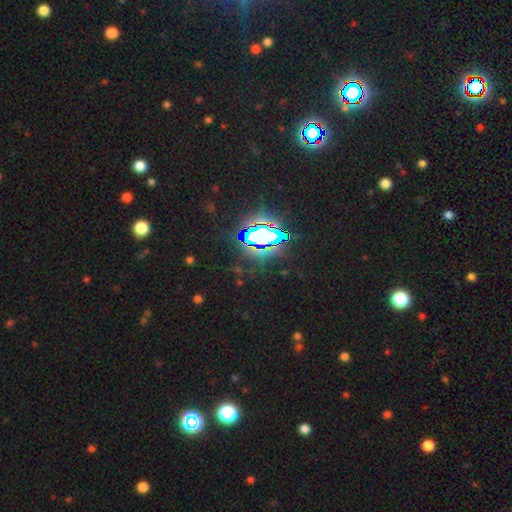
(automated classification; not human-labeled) star or artifact 80%, smooth 12%, featured or disk 8%.